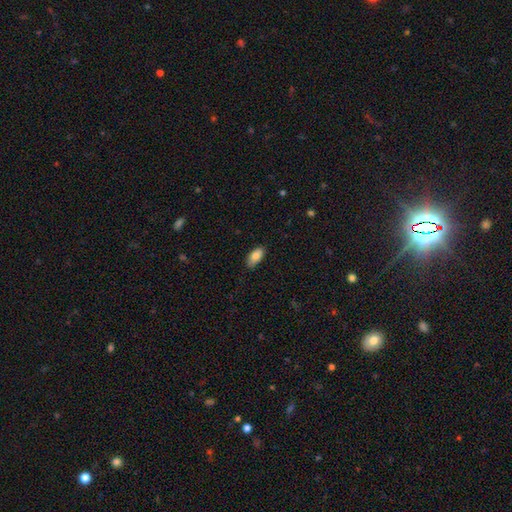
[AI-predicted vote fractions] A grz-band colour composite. It shows a smooth galaxy with no disk features (84%) that is in between round and cigar-shaped (92%). Merging: none (82%).